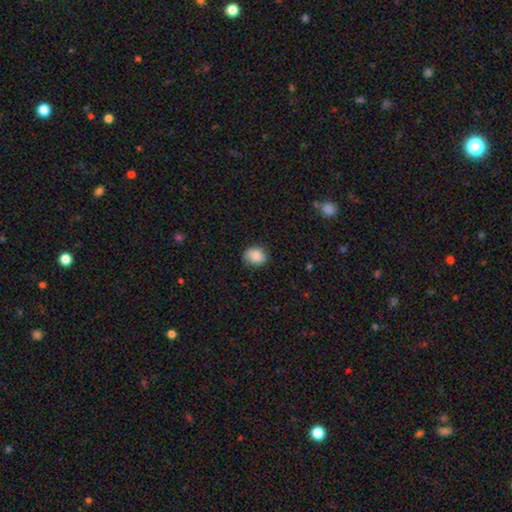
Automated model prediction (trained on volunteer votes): The model was most divided on "how rounded": round: 60%, in between: 39%, cigar-shaped: 1%. More confident: smooth or featured — smooth (84%); merging — none (74%).